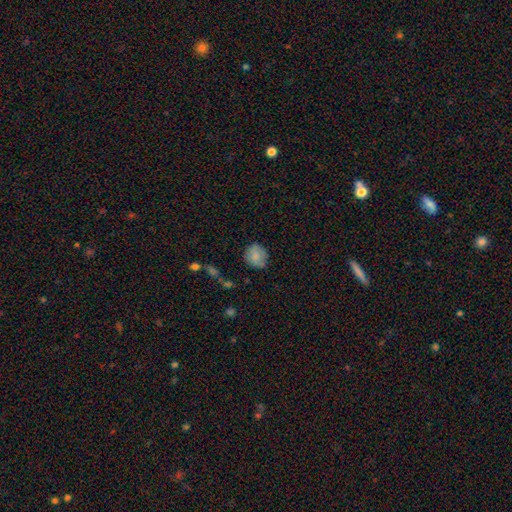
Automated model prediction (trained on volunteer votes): The model was most divided on "how rounded": round: 76%, in between: 23%, cigar-shaped: 1%. More confident: smooth or featured — smooth (81%); merging — none (75%).